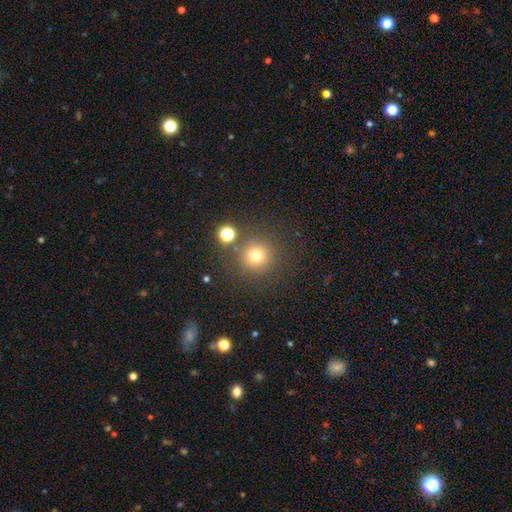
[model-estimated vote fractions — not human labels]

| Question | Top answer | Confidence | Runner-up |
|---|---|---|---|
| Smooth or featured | smooth | 74% | star or artifact (18%) |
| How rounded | round | 95% | in between (4%) |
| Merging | none | 83% | minor disturbance (7%) |